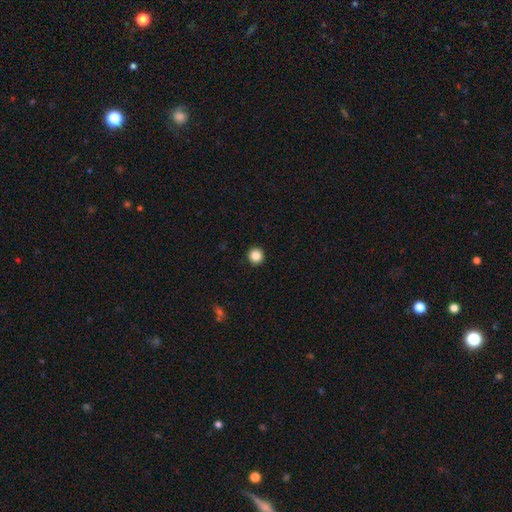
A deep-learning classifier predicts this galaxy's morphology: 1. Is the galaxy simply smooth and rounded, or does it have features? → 86% smooth, 10% star or artifact, 4% featured or disk.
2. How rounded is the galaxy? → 96% round, 3% in between, 1% cigar-shaped.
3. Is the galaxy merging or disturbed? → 94% none, 4% minor disturbance, 1% major disturbance, 1% merger.